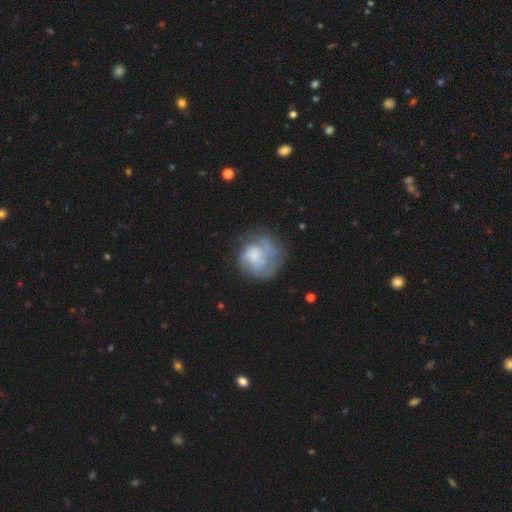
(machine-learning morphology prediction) Smooth or featured? Predicted: featured or disk (p=0.47). Merging? Predicted: none (p=0.46).